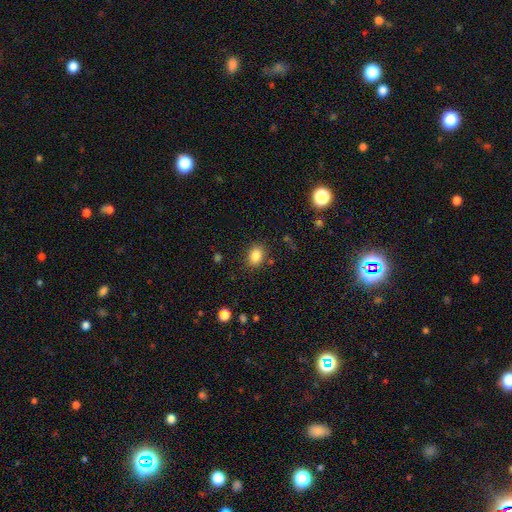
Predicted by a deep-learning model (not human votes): The model was most divided on "how rounded": in between: 69%, round: 30%, cigar-shaped: 1%. More confident: smooth or featured — smooth (85%); merging — none (84%).